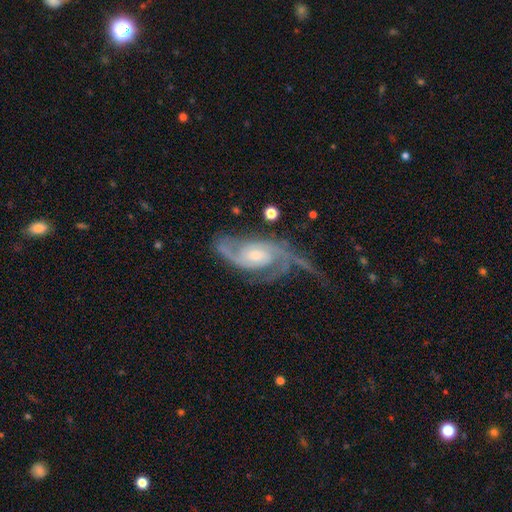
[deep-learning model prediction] Smooth or featured: featured or disk — 90% (star or artifact — 5%)
Edge-on disk: no — 96% (yes — 4%)
Bar: no — 57% (weak — 33%)
Spiral arms: yes — 98% (no — 2%)
Spiral winding: medium — 48% (tight — 34%)
Spiral arm count: 2 — 67% (3 — 15%)
Bulge size: moderate — 46% (small — 45%)
Merging: none — 53% (minor disturbance — 22%)